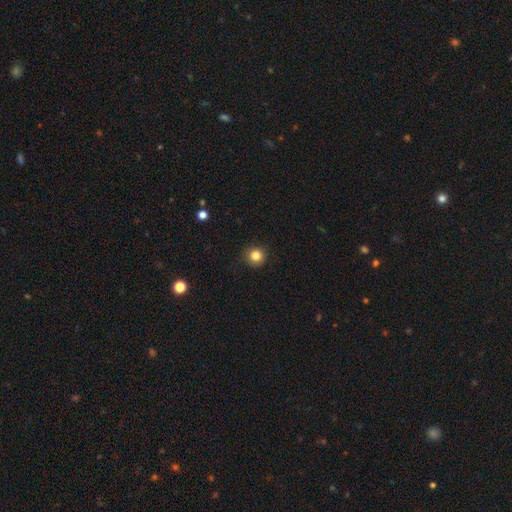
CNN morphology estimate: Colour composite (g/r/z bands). It shows a smooth galaxy with no disk features (84%) that is round (95%). Merging: none (91%).